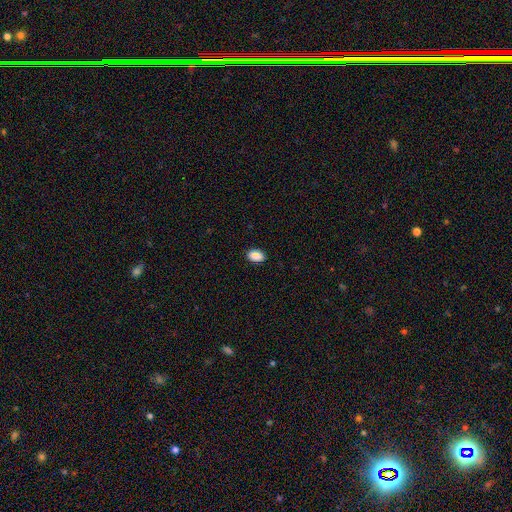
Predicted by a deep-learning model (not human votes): smooth_or_featured: smooth (p=0.81) [alt: featured or disk p=0.10]
how_rounded: in between (p=0.83) [alt: round p=0.15]
merging: none (p=0.86) [alt: minor disturbance p=0.11]